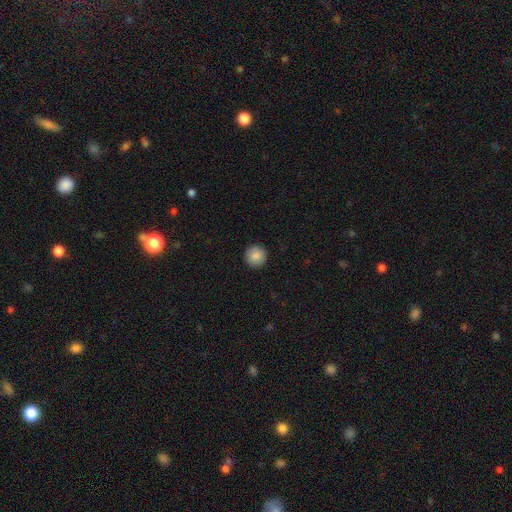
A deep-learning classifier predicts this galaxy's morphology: smooth-or-featured: smooth: 88% | star or artifact: 8% | featured or disk: 4%
  how-rounded: round: 96% | in between: 3% | cigar-shaped: 1%
  merging: none: 93% | minor disturbance: 5% | major disturbance: 2% | merger: 1%